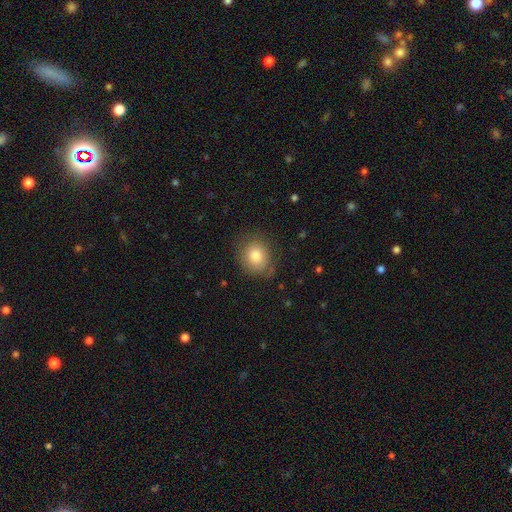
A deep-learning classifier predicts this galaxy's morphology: Q: Smooth or featured?
A: smooth (80%); runner-up: featured or disk (11%)
Q: How rounded?
A: round (73%); runner-up: in between (26%)
Q: Merging?
A: none (74%); runner-up: minor disturbance (19%)